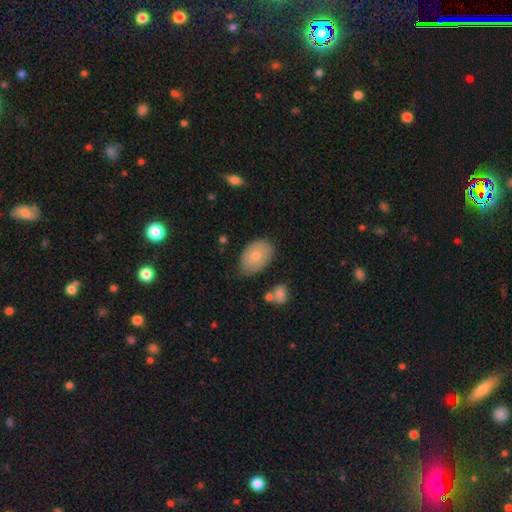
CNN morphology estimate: Smooth or featured? Predicted: smooth (p=0.75). How rounded? Predicted: in between (p=0.87). Merging? Predicted: none (p=0.72).